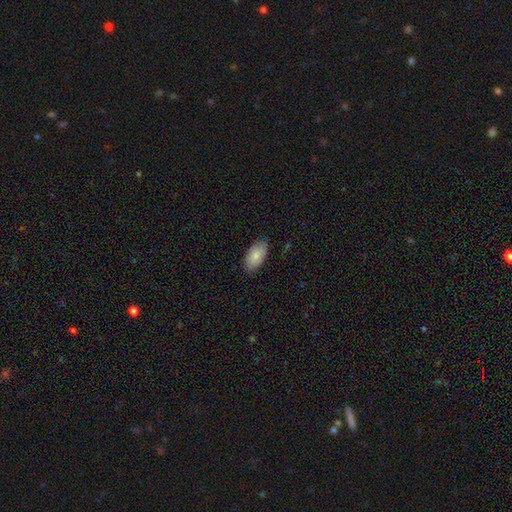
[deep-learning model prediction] This appears to be a smooth galaxy with no disk features (84%) that is in between round and cigar-shaped (94%). Merging: none (82%).